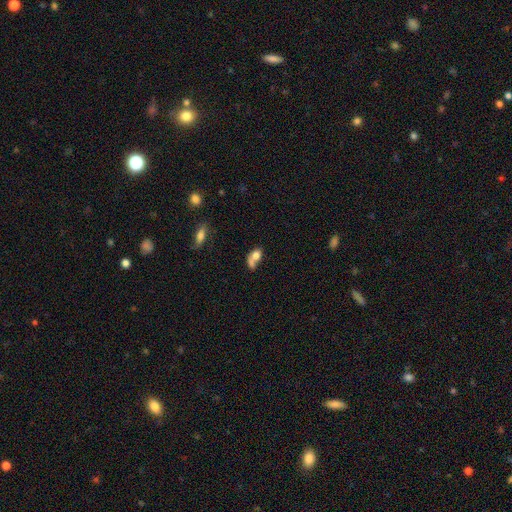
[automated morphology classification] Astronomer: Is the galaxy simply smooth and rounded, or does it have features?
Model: smooth — 72%.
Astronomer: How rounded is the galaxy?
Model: in between — 64%.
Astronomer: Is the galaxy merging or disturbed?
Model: merger — 53%.